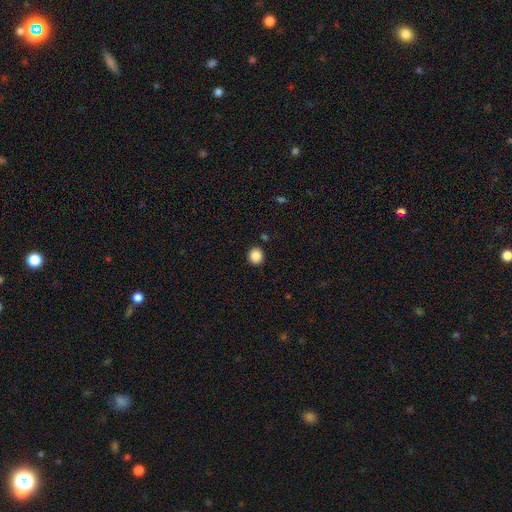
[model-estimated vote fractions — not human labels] smooth 87%, star or artifact 10%, featured or disk 3%. Down the decision tree: how rounded — round (86%); merging — none (90%).